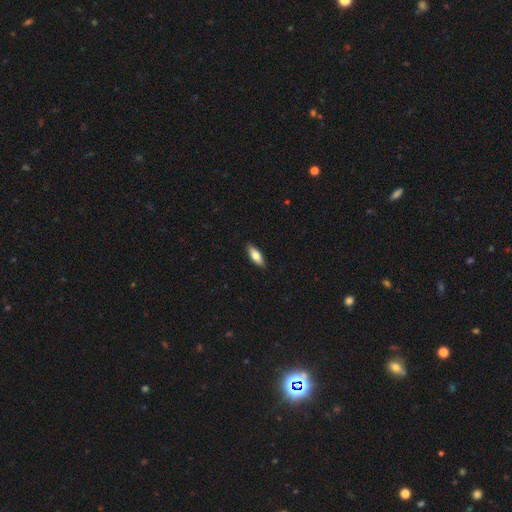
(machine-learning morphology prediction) smooth 70%, featured or disk 24%, star or artifact 6%. Down the decision tree: how rounded — in between (62%); merging — none (90%).